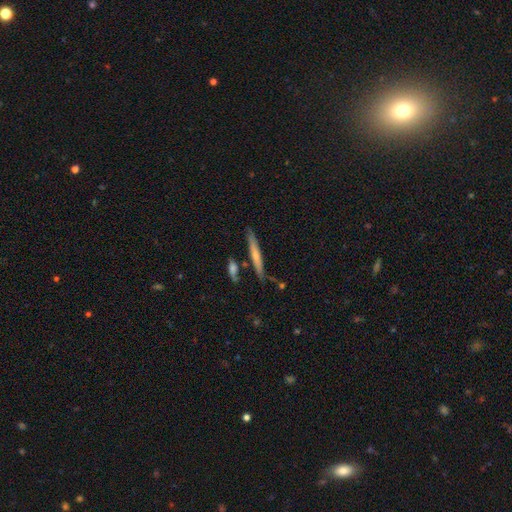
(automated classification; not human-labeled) smooth 53%, featured or disk 41%, star or artifact 6%. Down the decision tree: how rounded — cigar-shaped (94%); merging — none (80%).